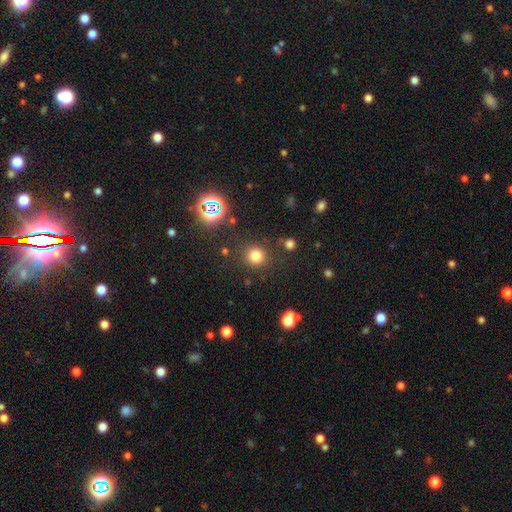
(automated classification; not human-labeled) A smooth galaxy with no disk features (75%) that is round (90%).

Vote fractions:
- Smooth or featured? smooth: 75% / star or artifact: 19% / featured or disk: 5%
- How rounded? round: 90% / in between: 9% / cigar-shaped: 1%
- Merging? none: 83% / minor disturbance: 9% / major disturbance: 4% / merger: 4%